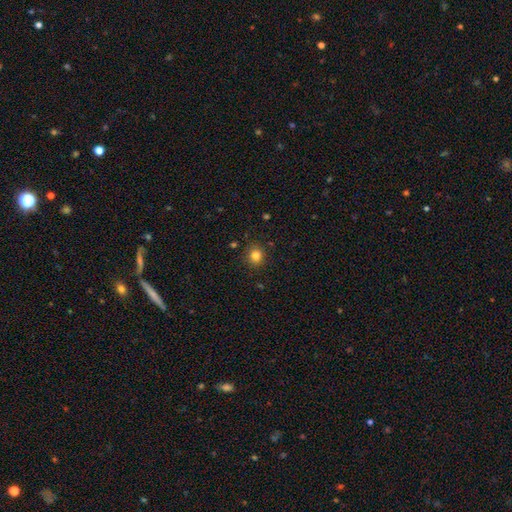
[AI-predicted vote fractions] smooth_or_featured: smooth (p=0.82) [alt: star or artifact p=0.13]
how_rounded: round (p=0.85) [alt: in between p=0.15]
merging: none (p=0.88) [alt: minor disturbance p=0.08]